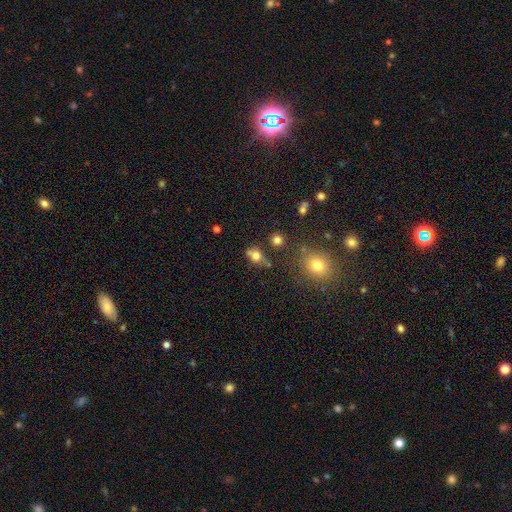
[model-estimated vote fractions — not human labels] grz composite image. It shows a smooth galaxy with no disk features (71%) that is in between round and cigar-shaped (50%). Merging: none (49%).